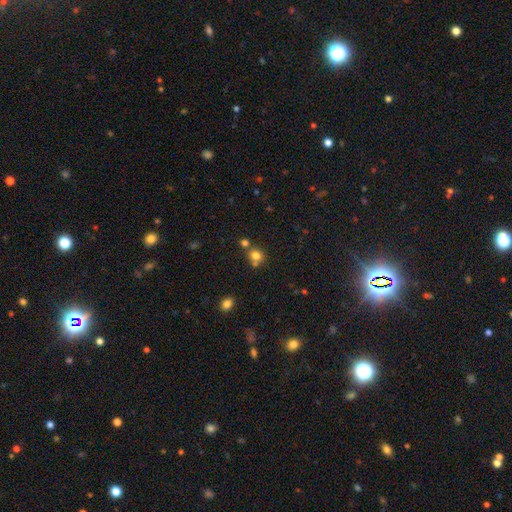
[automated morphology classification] smooth_or_featured: smooth (p=0.76) [alt: star or artifact p=0.15]
how_rounded: round (p=0.80) [alt: in between p=0.19]
merging: none (p=0.58) [alt: merger p=0.30]